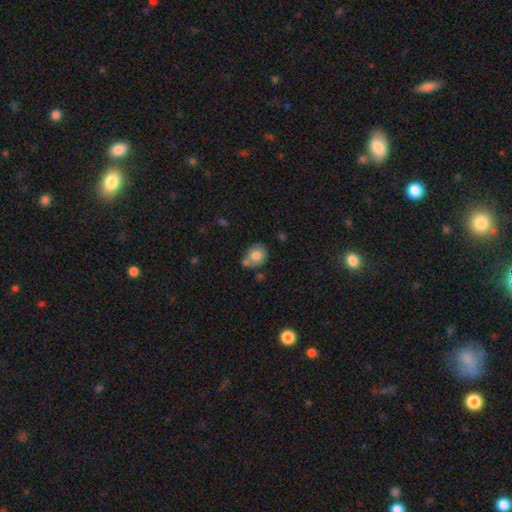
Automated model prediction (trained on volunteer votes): Smooth or featured: smooth — 78% (featured or disk — 13%)
How rounded: round — 70% (in between — 29%)
Merging: none — 50% (merger — 27%)